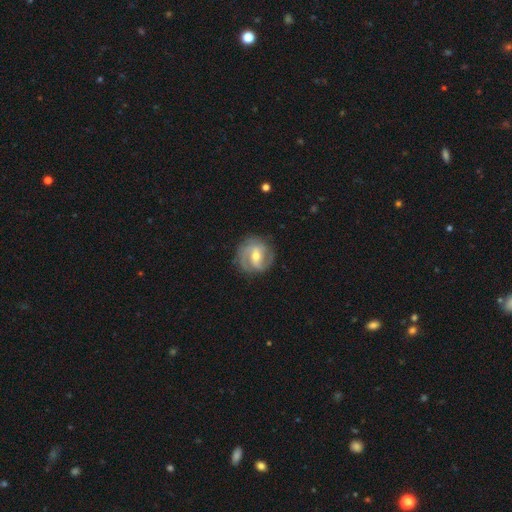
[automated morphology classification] type=featured or disk (82%); edge-on=no (97%); bar=weak (51%); spiral arms=yes (94%); winding=medium (45%); arm count=2 (52%); bulge=moderate (60%); merging=none (79%).